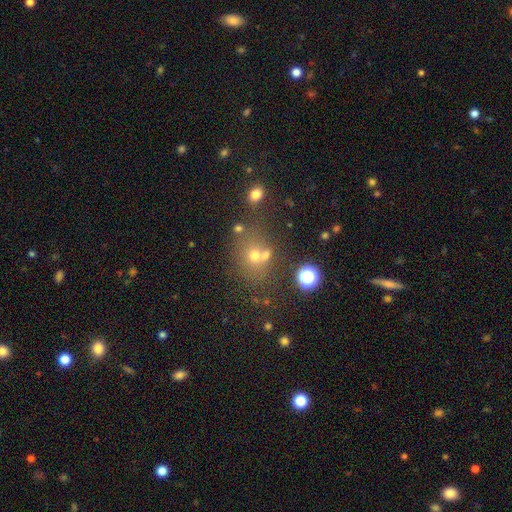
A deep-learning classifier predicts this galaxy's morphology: smooth_or_featured: smooth (p=0.60) [alt: star or artifact p=0.23]
how_rounded: round (p=0.66) [alt: in between p=0.33]
merging: none (p=0.53) [alt: merger p=0.30]